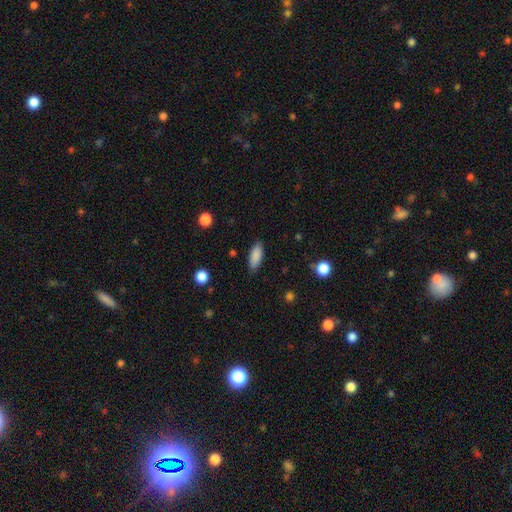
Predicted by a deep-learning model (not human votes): Smooth or featured? smooth (87%)
How rounded? in between (75%)
Merging? none (87%)